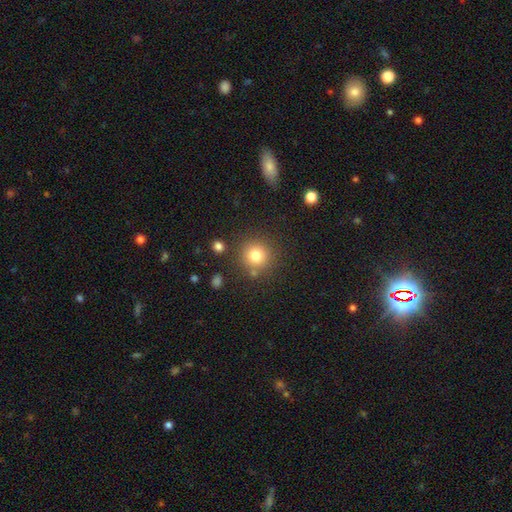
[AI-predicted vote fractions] Overall: smooth (79%). How rounded: round (94%). Merging: none (83%).